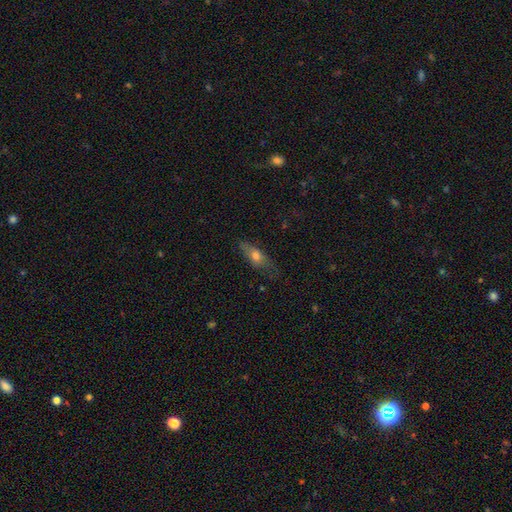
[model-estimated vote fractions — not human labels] Smooth or featured? smooth (63%)
How rounded? in between (63%)
Merging? none (59%)